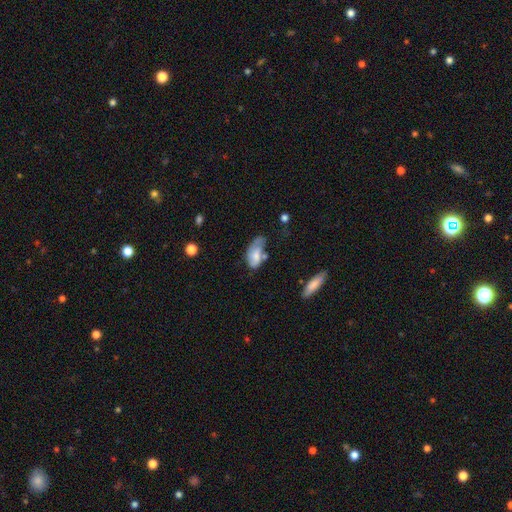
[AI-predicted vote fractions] smooth_or_featured: smooth (p=0.59) [alt: featured or disk p=0.33]
how_rounded: in between (p=0.91) [alt: round p=0.05]
merging: minor disturbance (p=0.34) [alt: none p=0.28]